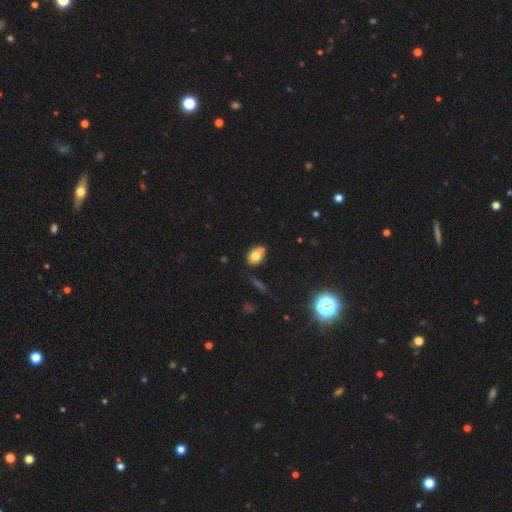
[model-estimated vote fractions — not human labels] A smooth galaxy with no disk features (73%) that is in between round and cigar-shaped (75%). Merging: none (59%).